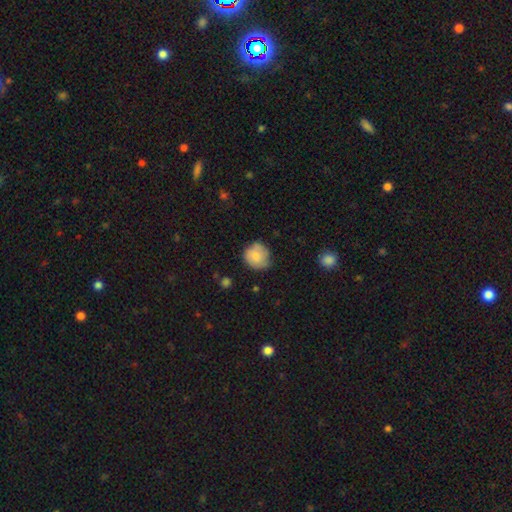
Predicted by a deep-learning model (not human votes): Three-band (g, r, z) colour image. It shows a smooth galaxy with no disk features (77%) that is round (84%). Merging: none (65%).